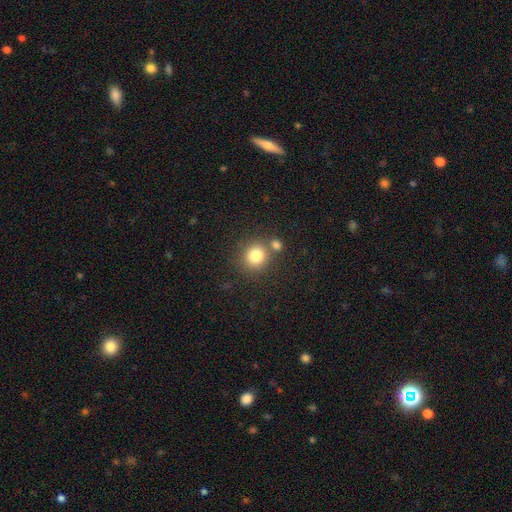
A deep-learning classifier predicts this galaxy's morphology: smooth_or_featured: smooth (p=0.81) [alt: star or artifact p=0.12]
how_rounded: round (p=0.88) [alt: in between p=0.11]
merging: none (p=0.69) [alt: merger p=0.19]